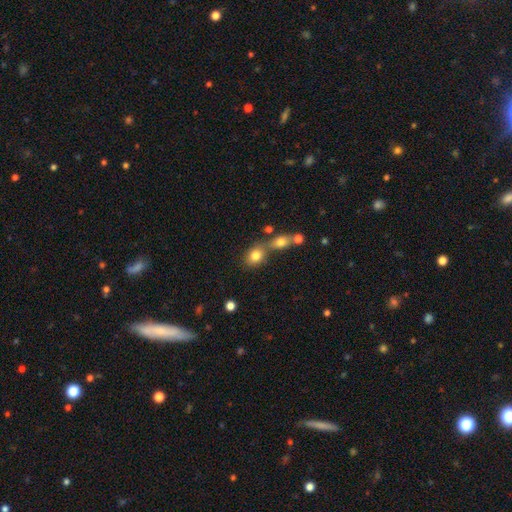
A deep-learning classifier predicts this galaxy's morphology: Smooth or featured?
  - smooth: 80% *
  - star or artifact: 11%
  - featured or disk: 9%
How rounded?
  - round: 51% *
  - in between: 47%
  - cigar-shaped: 2%
Merging?
  - none: 47% *
  - merger: 39%
  - minor disturbance: 10%
  - major disturbance: 4%